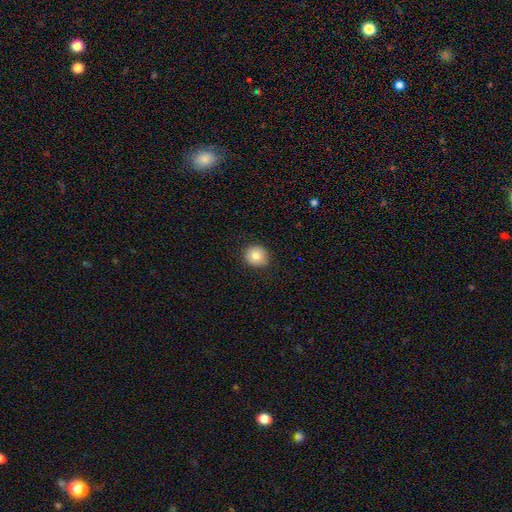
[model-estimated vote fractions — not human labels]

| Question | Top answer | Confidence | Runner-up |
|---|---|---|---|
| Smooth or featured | smooth | 80% | featured or disk (11%) |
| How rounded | round | 83% | in between (17%) |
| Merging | none | 88% | minor disturbance (9%) |